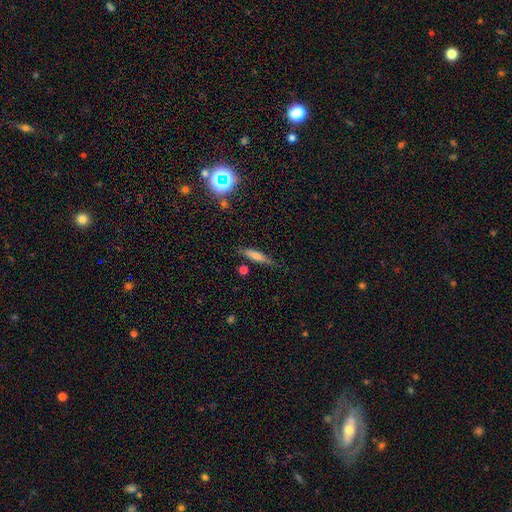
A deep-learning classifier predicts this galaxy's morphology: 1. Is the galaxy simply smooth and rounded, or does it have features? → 64% smooth, 27% featured or disk, 10% star or artifact.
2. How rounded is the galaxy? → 81% cigar-shaped, 17% in between, 2% round.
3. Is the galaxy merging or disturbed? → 76% none, 17% minor disturbance, 4% major disturbance, 4% merger.